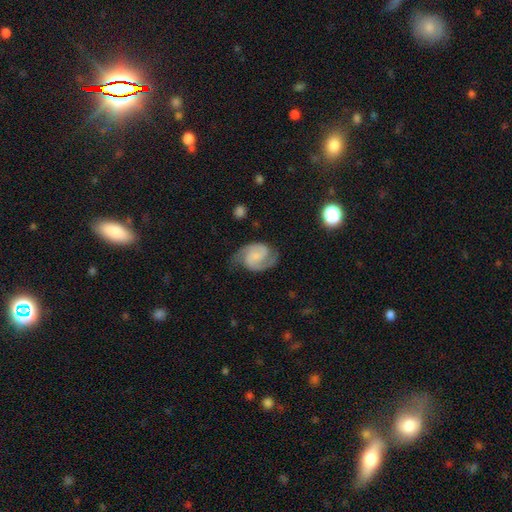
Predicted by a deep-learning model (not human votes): Smooth or featured?
  - featured or disk: 85% *
  - smooth: 10%
  - star or artifact: 5%
Edge-on disk?
  - no: 98% *
  - yes: 2%
Bar?
  - no: 48% *
  - weak: 42%
  - strong: 11%
Spiral arms?
  - yes: 97% *
  - no: 3%
Spiral winding?
  - medium: 54% *
  - tight: 32%
  - loose: 15%
Spiral arm count?
  - 2: 92% *
  - can't tell: 3%
  - 1: 2%
  - 3: 1%
  - 4: 1%
  - more than 4: 1%
Bulge size?
  - none: 43% *
  - small: 33%
  - moderate: 18%
  - large: 5%
  - dominant: 2%
Merging?
  - none: 74% *
  - minor disturbance: 18%
  - major disturbance: 7%
  - merger: 1%